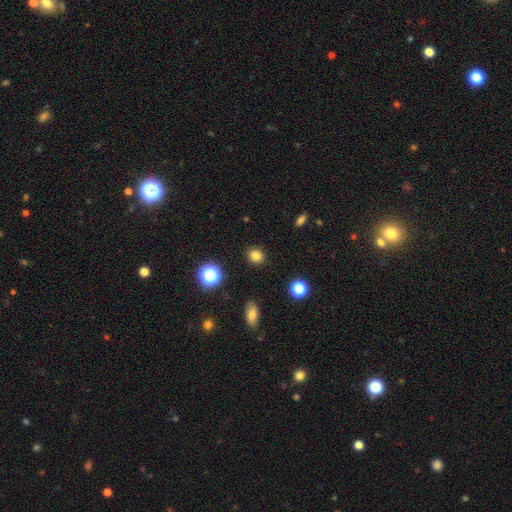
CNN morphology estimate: This appears to be a smooth galaxy with no disk features (81%) that is round (83%). Merging: none (90%).